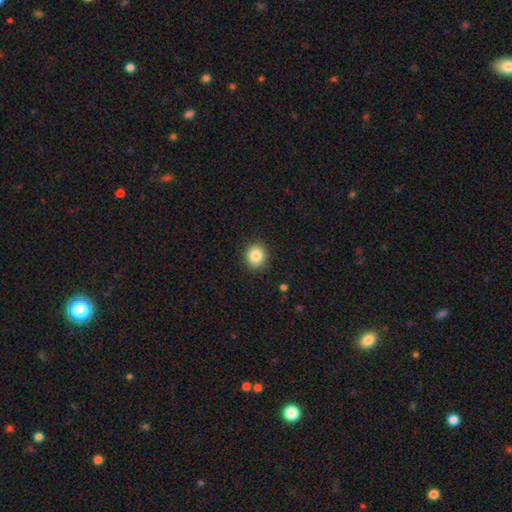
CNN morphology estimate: smooth_or_featured: smooth (p=0.85) [alt: star or artifact p=0.10]
how_rounded: round (p=0.88) [alt: in between p=0.11]
merging: none (p=0.91) [alt: minor disturbance p=0.06]